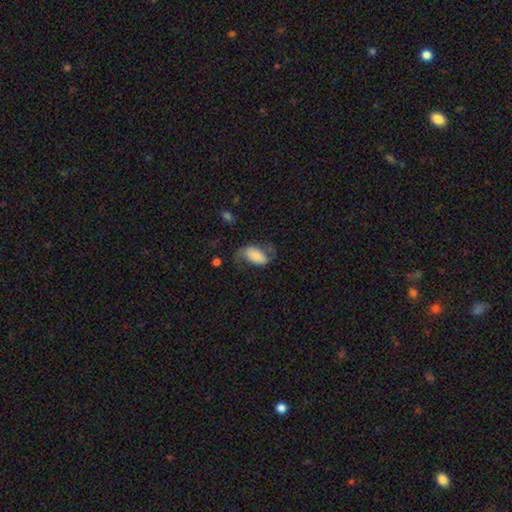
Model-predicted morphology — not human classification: Overall: smooth (59%; featured or disk 33%). How rounded: in between (93%). Merging: none (47%; minor disturbance 27%).